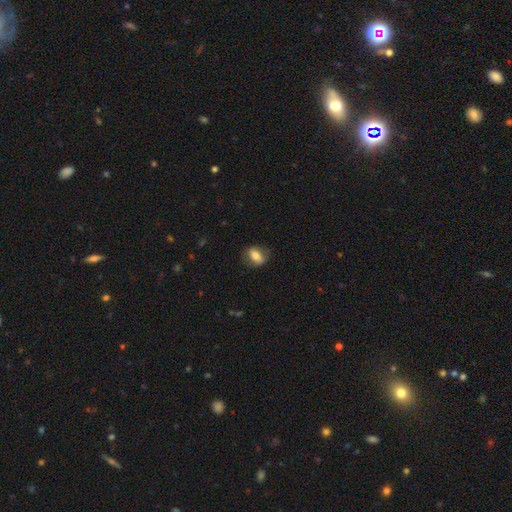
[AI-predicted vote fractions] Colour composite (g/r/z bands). It shows a smooth galaxy with no disk features (66%) that is in between round and cigar-shaped (77%). Merging: none (76%).